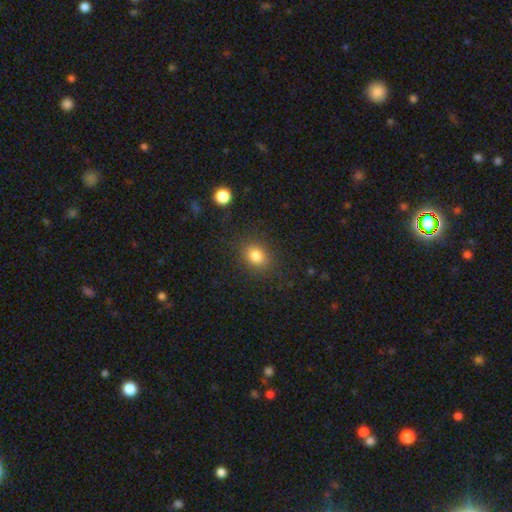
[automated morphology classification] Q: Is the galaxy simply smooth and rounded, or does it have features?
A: smooth — 82%.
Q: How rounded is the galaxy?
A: in between — 50%.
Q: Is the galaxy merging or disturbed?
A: none — 85%.